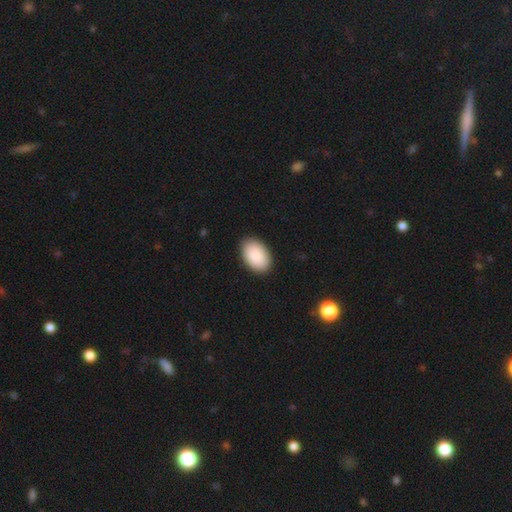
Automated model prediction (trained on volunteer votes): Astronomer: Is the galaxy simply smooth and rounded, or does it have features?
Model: smooth — 91%.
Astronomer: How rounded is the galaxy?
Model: in between — 93%.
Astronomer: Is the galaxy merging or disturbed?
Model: none — 90%.